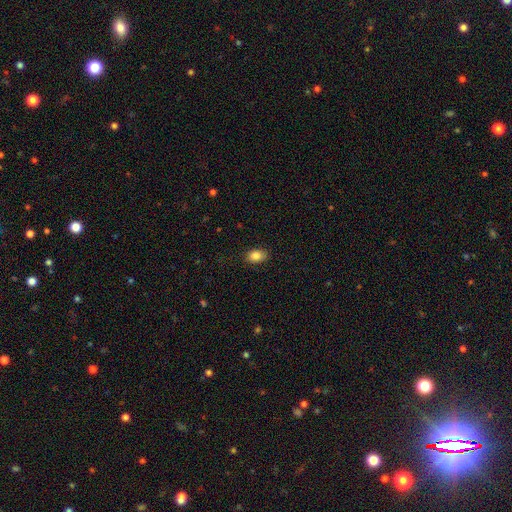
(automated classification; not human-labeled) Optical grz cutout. It shows a smooth galaxy with no disk features (86%) that is in between round and cigar-shaped (79%). Merging: none (83%).